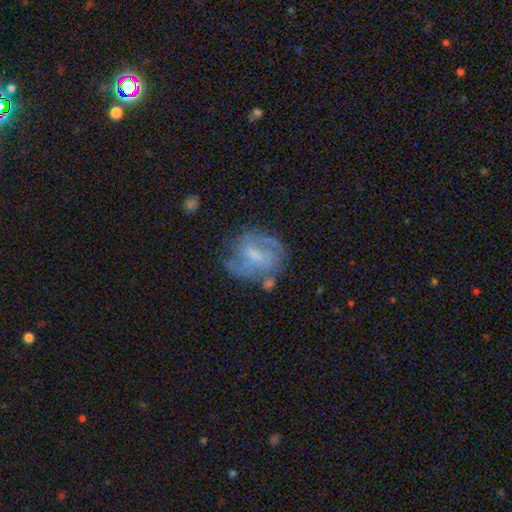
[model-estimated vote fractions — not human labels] A featured or disk galaxy (74%) with a weak bar (55%), 2 (48%) medium (45%) spiral arms (84%) and a small central bulge (55%). Merging: none (59%).